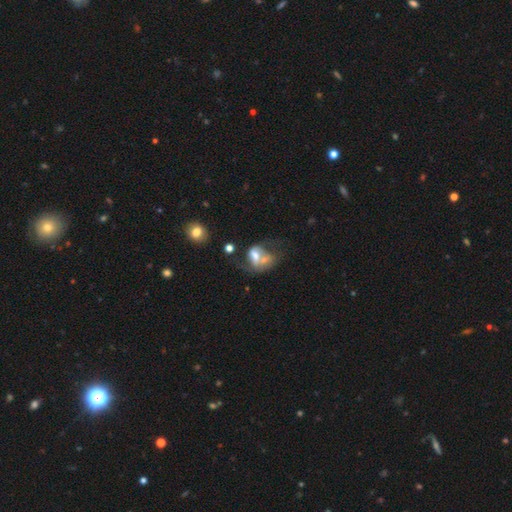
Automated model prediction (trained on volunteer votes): Morphology: type=smooth (46%); merging=merger (51%).